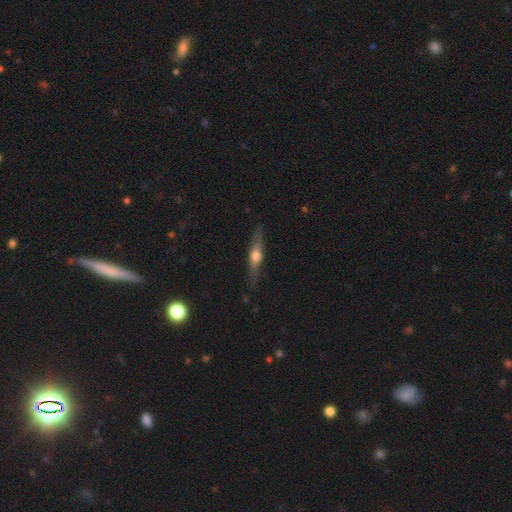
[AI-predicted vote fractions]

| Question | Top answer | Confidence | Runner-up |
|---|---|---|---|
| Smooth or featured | featured or disk | 59% | smooth (35%) |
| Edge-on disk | yes | 93% | no (7%) |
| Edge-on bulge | rounded | 91% | boxy (4%) |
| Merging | none | 84% | minor disturbance (12%) |